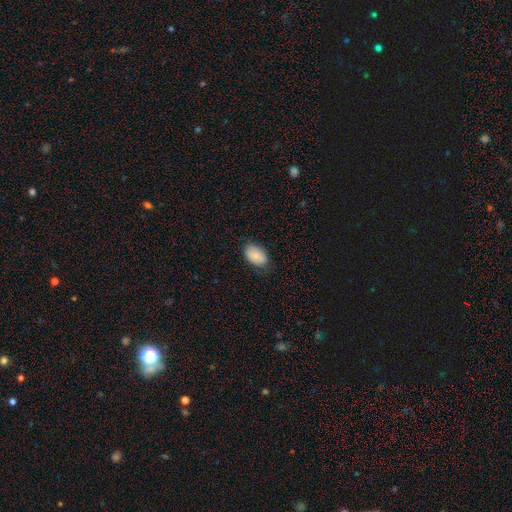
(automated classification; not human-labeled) A smooth galaxy with no disk features (80%) that is in between round and cigar-shaped (89%). Merging: none (73%).